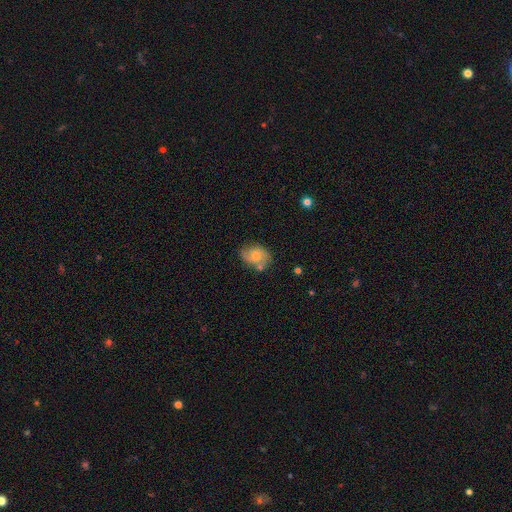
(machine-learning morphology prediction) Smooth or featured? smooth (53%)
How rounded? in between (63%)
Merging? none (58%)